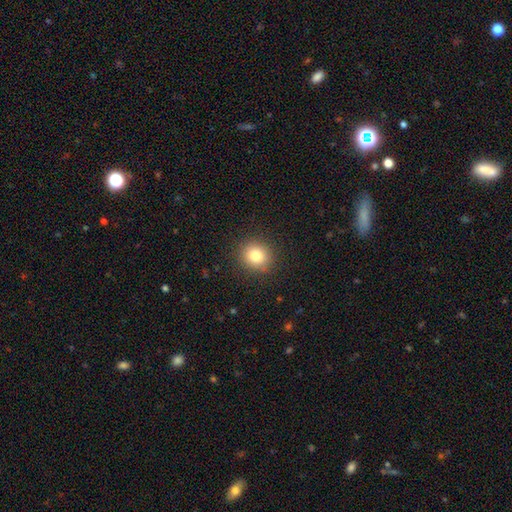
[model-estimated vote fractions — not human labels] smooth-or-featured: smooth: 81% | star or artifact: 11% | featured or disk: 8%
  how-rounded: round: 85% | in between: 14% | cigar-shaped: 1%
  merging: none: 90% | minor disturbance: 7% | major disturbance: 2% | merger: 1%